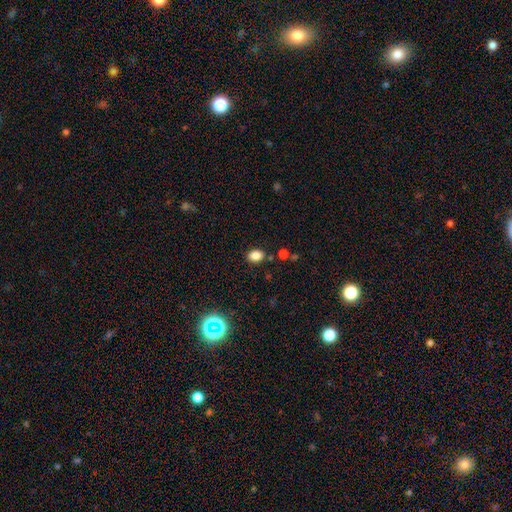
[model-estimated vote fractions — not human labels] Smooth or featured? Predicted: smooth (p=0.83). How rounded? Predicted: in between (p=0.72). Merging? Predicted: none (p=0.84).